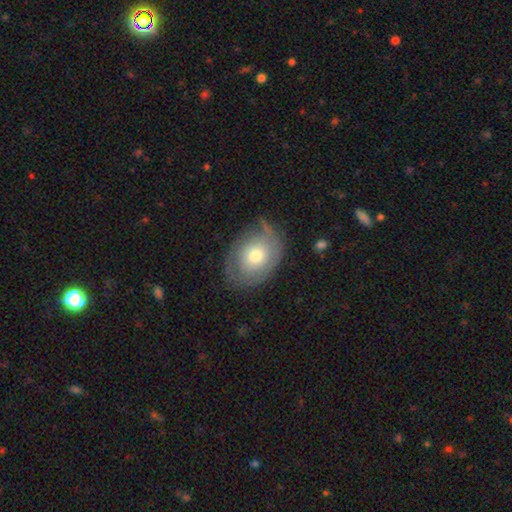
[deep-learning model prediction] Q: Smooth or featured?
A: smooth (50%); runner-up: featured or disk (43%)
Q: How rounded?
A: in between (66%); runner-up: round (32%)
Q: Merging?
A: none (64%); runner-up: minor disturbance (25%)